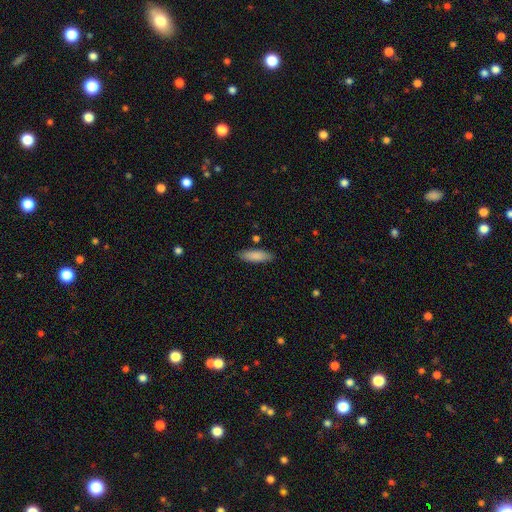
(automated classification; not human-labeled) Smooth or featured: smooth — 87% (featured or disk — 7%)
How rounded: in between — 52% (cigar-shaped — 46%)
Merging: none — 86% (minor disturbance — 9%)